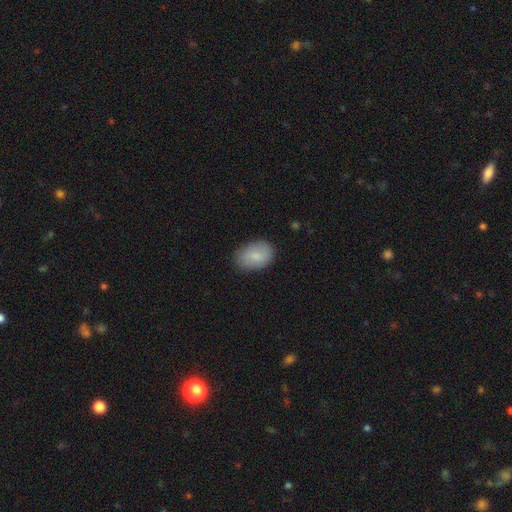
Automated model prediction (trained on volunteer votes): Q: Smooth or featured?
A: smooth (80%); runner-up: featured or disk (14%)
Q: How rounded?
A: in between (81%); runner-up: round (17%)
Q: Merging?
A: none (81%); runner-up: minor disturbance (15%)